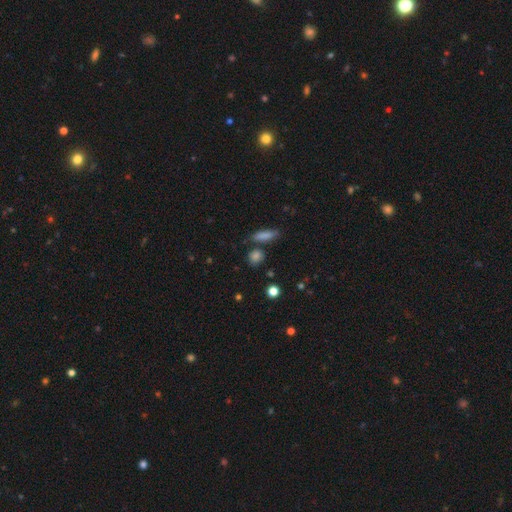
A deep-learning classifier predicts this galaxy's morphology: Smooth or featured? smooth (77%)
How rounded? round (52%)
Merging? none (73%)